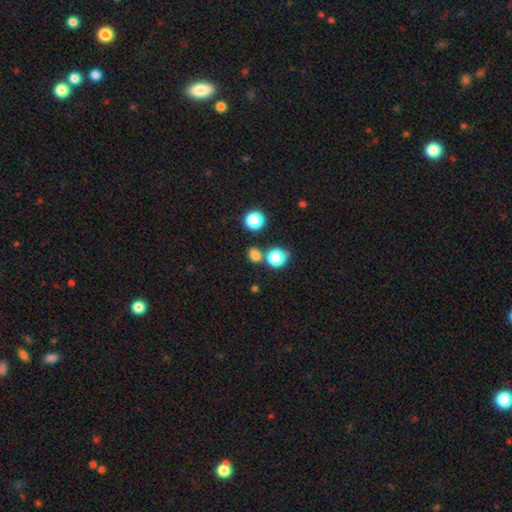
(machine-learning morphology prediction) A smooth galaxy with no disk features (76%) that is round (74%).

Vote fractions:
- Smooth or featured? smooth: 76% / star or artifact: 19% / featured or disk: 5%
- How rounded? round: 74% / in between: 25% / cigar-shaped: 1%
- Merging? none: 70% / merger: 18% / minor disturbance: 9% / major disturbance: 3%